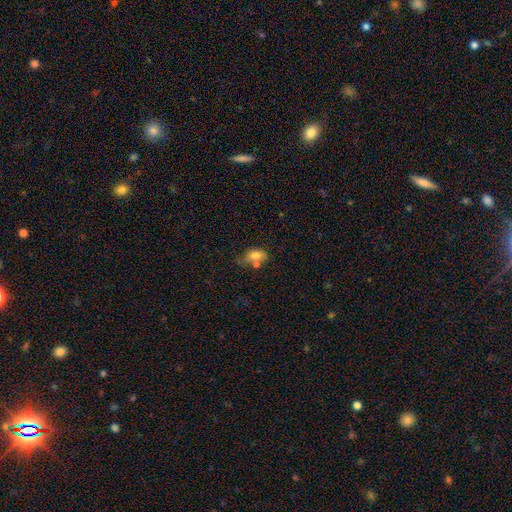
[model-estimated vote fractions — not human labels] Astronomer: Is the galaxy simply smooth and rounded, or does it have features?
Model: smooth — 75%.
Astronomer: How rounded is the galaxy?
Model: in between — 85%.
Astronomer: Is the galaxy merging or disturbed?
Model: none — 39% (runner-up: merger, 27%).